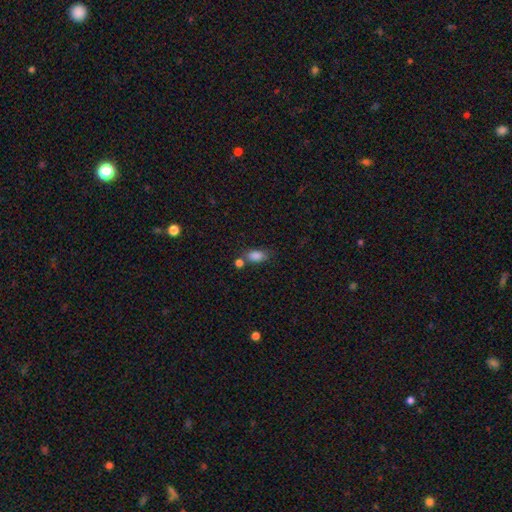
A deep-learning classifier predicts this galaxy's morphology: A smooth galaxy with no disk features (85%) that is in between round and cigar-shaped (86%).

Vote fractions:
- Smooth or featured? smooth: 85% / star or artifact: 9% / featured or disk: 5%
- How rounded? in between: 86% / round: 10% / cigar-shaped: 4%
- Merging? none: 58% / merger: 20% / minor disturbance: 17% / major disturbance: 6%